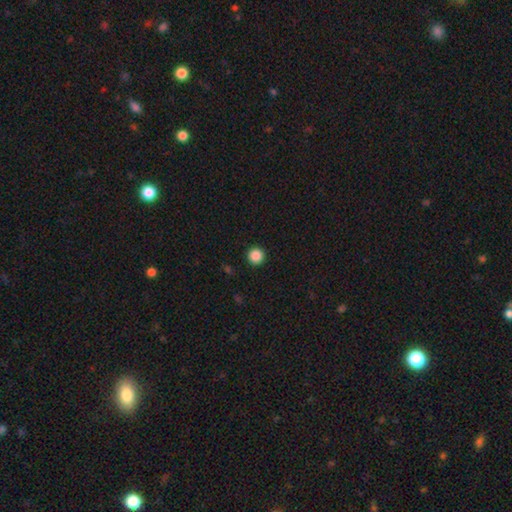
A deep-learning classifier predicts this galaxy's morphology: A smooth galaxy with no disk features (87%) that is round (96%).

Vote fractions:
- Smooth or featured? smooth: 87% / star or artifact: 10% / featured or disk: 3%
- How rounded? round: 96% / in between: 3% / cigar-shaped: 1%
- Merging? none: 93% / minor disturbance: 4% / major disturbance: 2% / merger: 1%